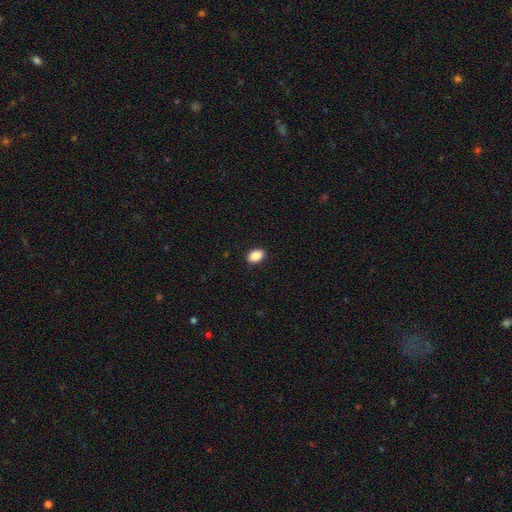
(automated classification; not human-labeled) Smooth or featured?
  - smooth: 90% *
  - star or artifact: 8%
  - featured or disk: 3%
How rounded?
  - in between: 83% *
  - round: 16%
  - cigar-shaped: 1%
Merging?
  - none: 90% *
  - minor disturbance: 7%
  - major disturbance: 2%
  - merger: 1%